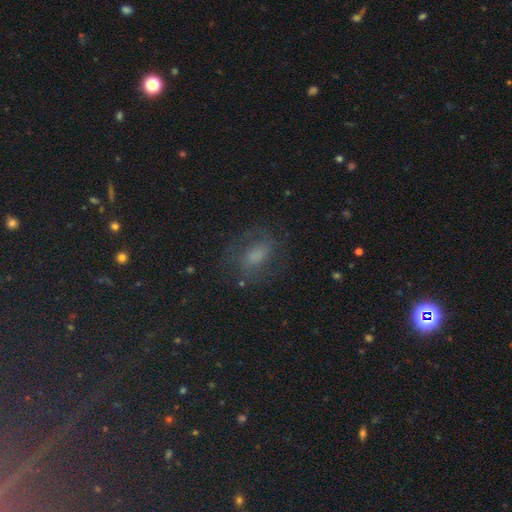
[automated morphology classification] This is marginally a featured or disk galaxy (41%). Merging: likely none (69%).